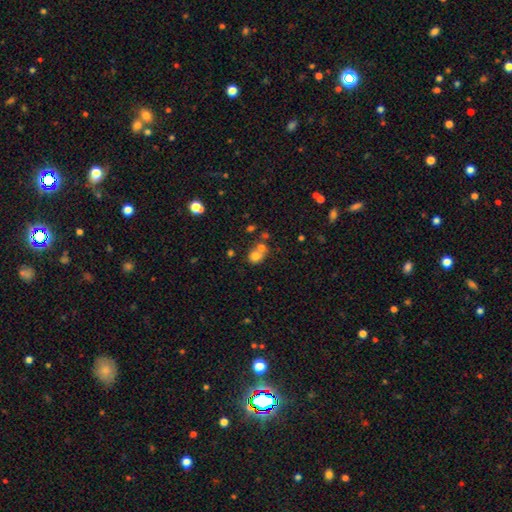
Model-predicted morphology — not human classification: A smooth galaxy with no disk features (71%) that is round (71%).

Vote fractions:
- Smooth or featured? smooth: 71% / featured or disk: 16% / star or artifact: 13%
- How rounded? round: 71% / in between: 28% / cigar-shaped: 1%
- Merging? merger: 54% / none: 34% / minor disturbance: 8% / major disturbance: 4%